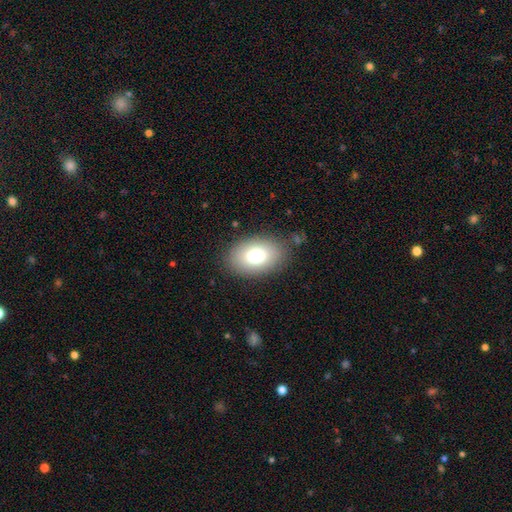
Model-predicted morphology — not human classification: Q: Smooth or featured?
A: smooth (77%); runner-up: featured or disk (13%)
Q: How rounded?
A: in between (84%); runner-up: round (15%)
Q: Merging?
A: none (85%); runner-up: minor disturbance (10%)